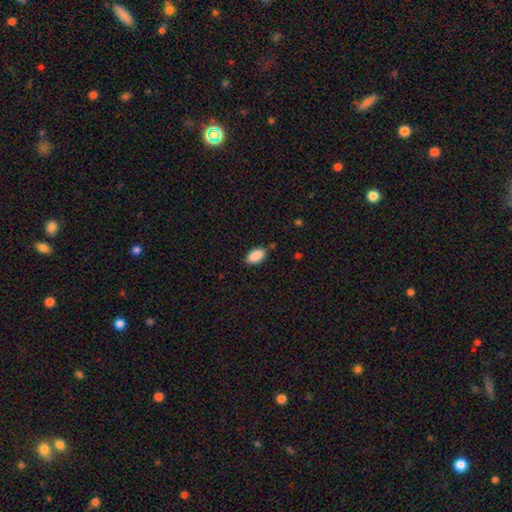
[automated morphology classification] Smooth or featured?
  - smooth: 90% *
  - star or artifact: 7%
  - featured or disk: 3%
How rounded?
  - in between: 94% *
  - round: 3%
  - cigar-shaped: 3%
Merging?
  - none: 83% *
  - minor disturbance: 13%
  - major disturbance: 2%
  - merger: 2%